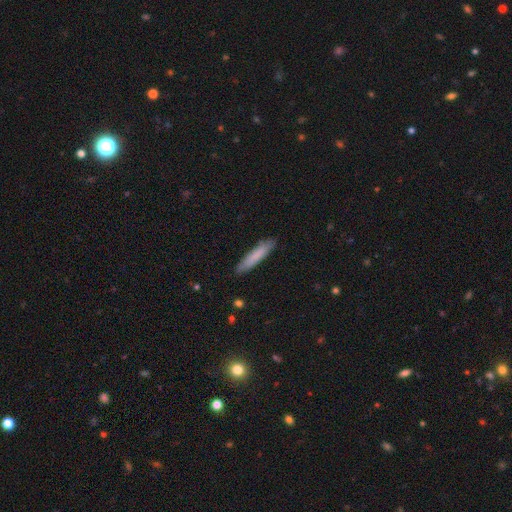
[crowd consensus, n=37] smooth 78%, featured or disk 14%, star or artifact 8%. Down the decision tree: how rounded — cigar-shaped (93%); merging — none (88%).